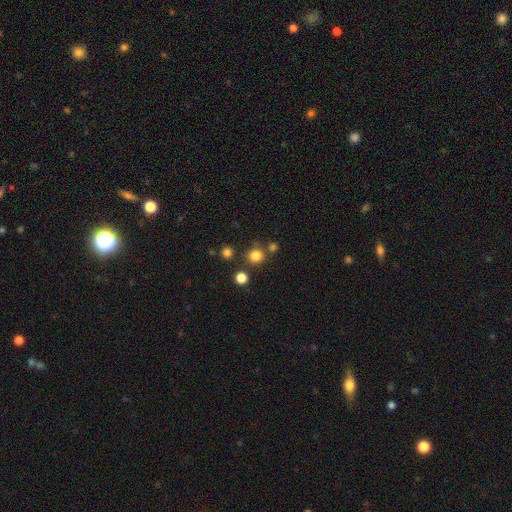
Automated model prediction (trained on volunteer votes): smooth_or_featured: smooth (p=0.81) [alt: star or artifact p=0.14]
how_rounded: round (p=0.91) [alt: in between p=0.08]
merging: none (p=0.78) [alt: merger p=0.10]